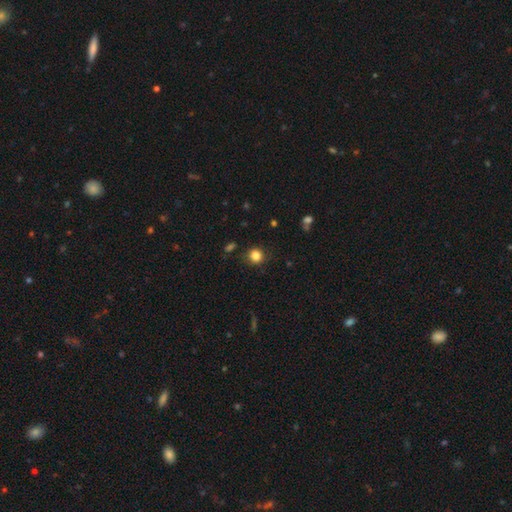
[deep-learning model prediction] The model was most divided on "smooth or featured": smooth: 84%, star or artifact: 12%, featured or disk: 4%. More confident: how rounded — round (89%); merging — none (87%).